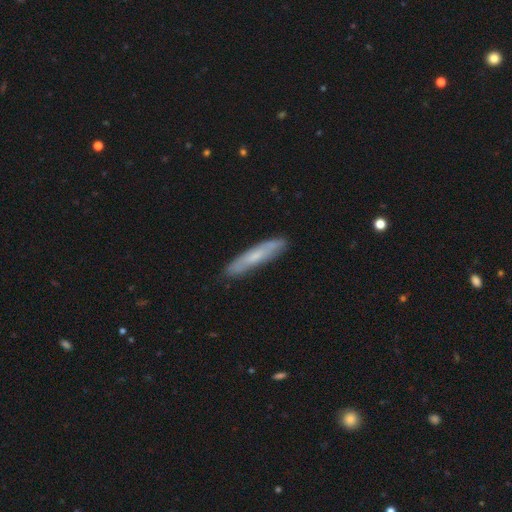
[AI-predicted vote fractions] smooth 57%, featured or disk 37%, star or artifact 6%. Down the decision tree: how rounded — cigar-shaped (90%); merging — none (86%).